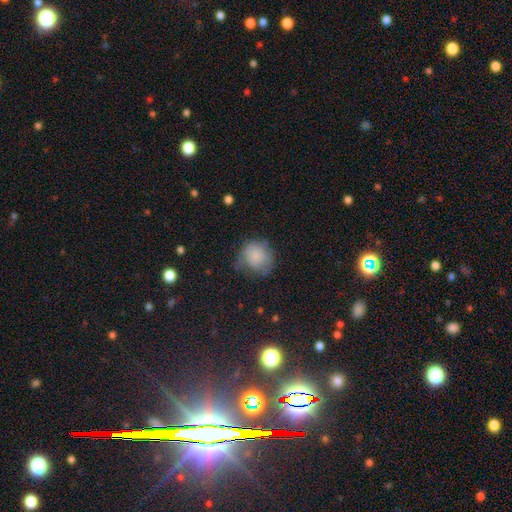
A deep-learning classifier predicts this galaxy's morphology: smooth_or_featured: smooth (p=0.72) [alt: featured or disk p=0.19]
how_rounded: round (p=0.83) [alt: in between p=0.16]
merging: none (p=0.49) [alt: minor disturbance p=0.33]